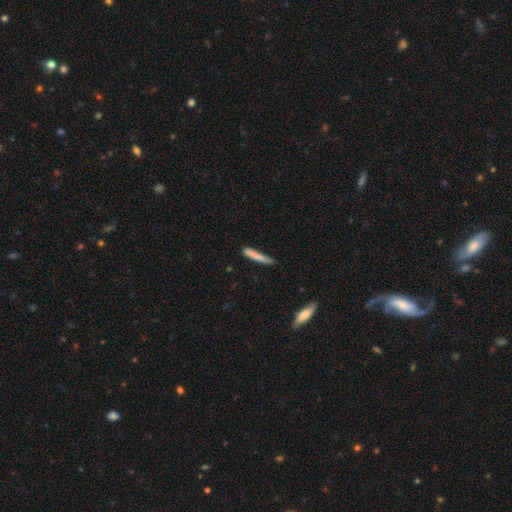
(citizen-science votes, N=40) smooth_or_featured: smooth (p=0.90) [alt: featured or disk p=0.05]
how_rounded: cigar-shaped (p=0.94) [alt: in between p=0.06]
merging: none (p=0.66) [alt: minor disturbance p=0.29]